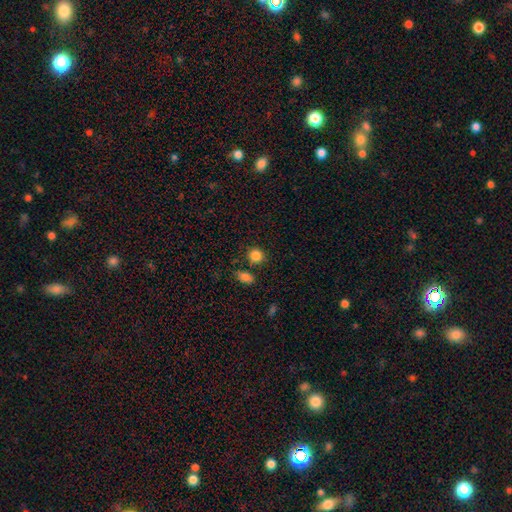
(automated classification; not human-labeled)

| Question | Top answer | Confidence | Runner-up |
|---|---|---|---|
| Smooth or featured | smooth | 85% | star or artifact (10%) |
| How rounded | round | 84% | in between (15%) |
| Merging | none | 77% | minor disturbance (10%) |